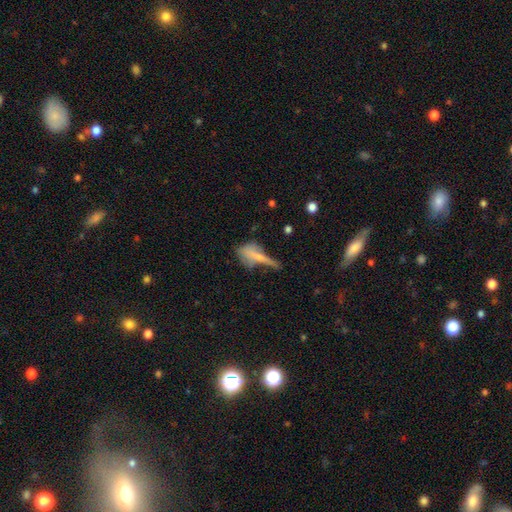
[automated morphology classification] A smooth galaxy with no disk features (55%) that is in between round and cigar-shaped (51%). Merging: major disturbance (35%).